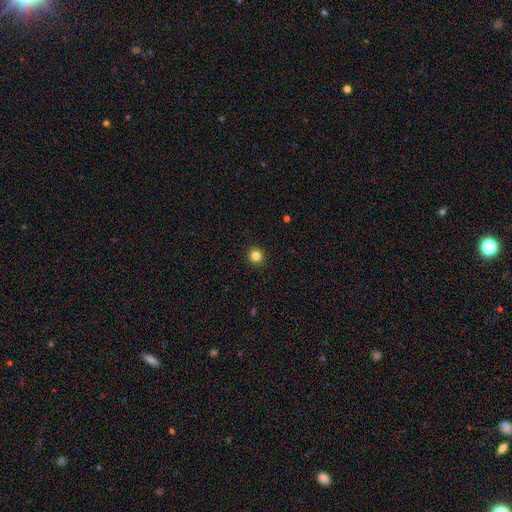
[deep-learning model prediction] smooth_or_featured: smooth (p=0.83) [alt: star or artifact p=0.12]
how_rounded: round (p=0.93) [alt: in between p=0.06]
merging: none (p=0.93) [alt: minor disturbance p=0.05]